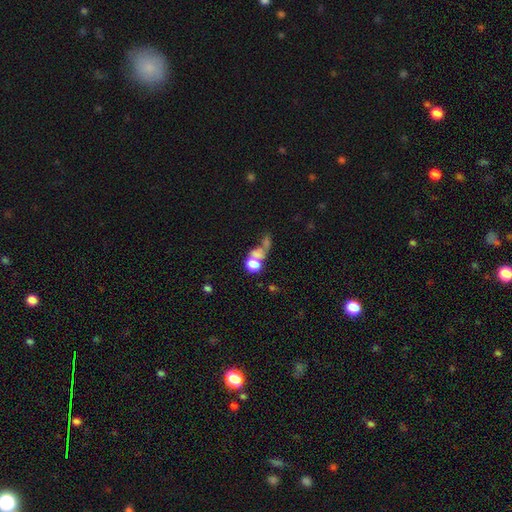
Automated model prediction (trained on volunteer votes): Morphology: type=smooth (59%); roundness=round (51%); merging=merger (43%).